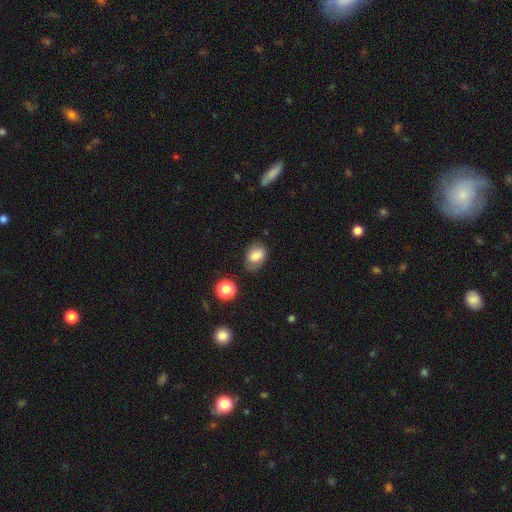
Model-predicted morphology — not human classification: This appears to be a smooth galaxy with no disk features (79%) that is in between round and cigar-shaped (74%). Merging: none (64%).